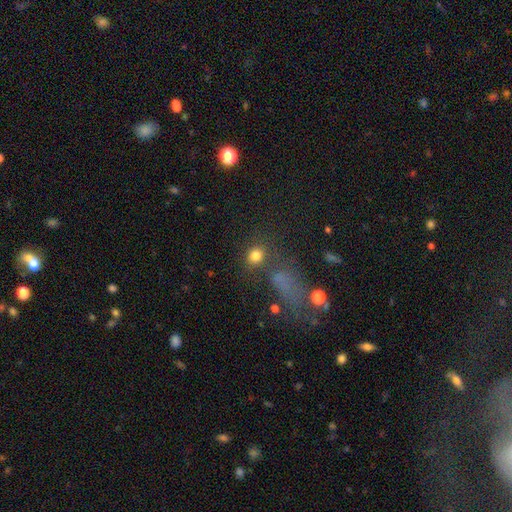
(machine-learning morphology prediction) smooth 79%, star or artifact 14%, featured or disk 7%. Down the decision tree: how rounded — round (70%); merging — none (71%).